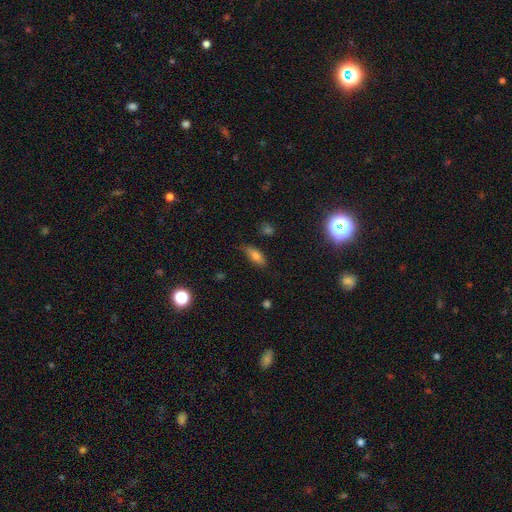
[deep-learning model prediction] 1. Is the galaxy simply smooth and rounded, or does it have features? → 74% smooth, 16% featured or disk, 11% star or artifact.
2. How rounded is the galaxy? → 71% in between, 25% cigar-shaped, 3% round.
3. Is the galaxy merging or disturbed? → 76% none, 18% minor disturbance, 4% major disturbance, 2% merger.